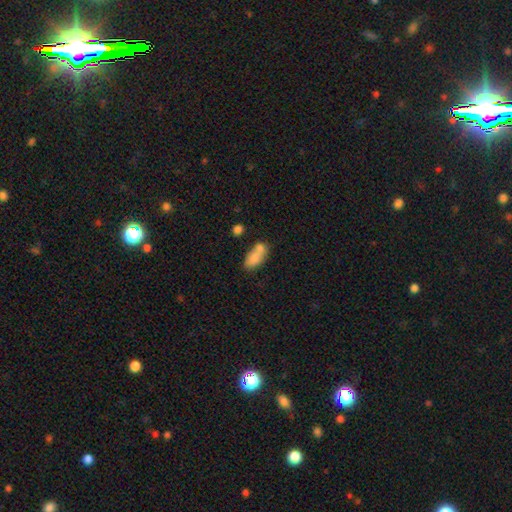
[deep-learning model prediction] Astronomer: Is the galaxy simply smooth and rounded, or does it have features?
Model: smooth — 76%.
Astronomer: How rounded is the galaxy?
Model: in between — 85%.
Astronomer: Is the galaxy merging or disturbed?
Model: merger — 42% (runner-up: none, 37%).